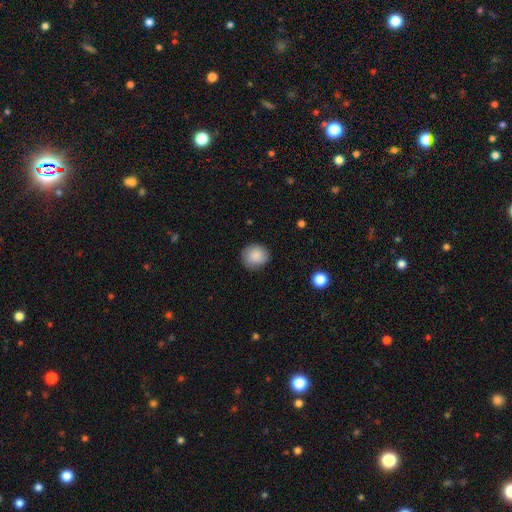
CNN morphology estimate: Smooth or featured: smooth — 87% (star or artifact — 7%)
How rounded: round — 84% (in between — 15%)
Merging: none — 81% (minor disturbance — 14%)